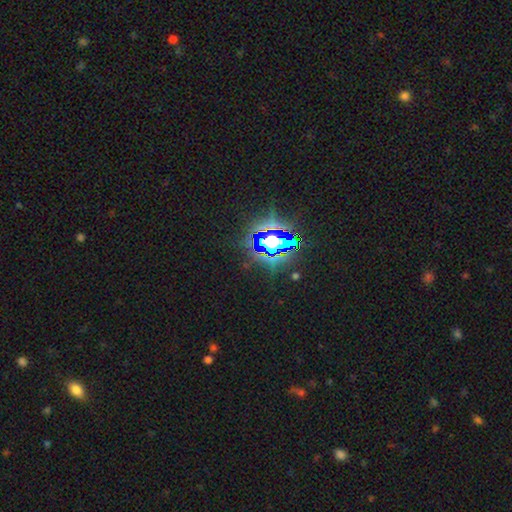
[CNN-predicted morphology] This is clearly a star or artifact rather than a galaxy (84%).